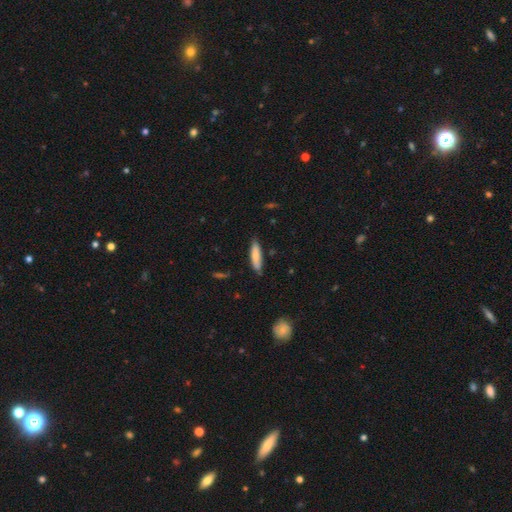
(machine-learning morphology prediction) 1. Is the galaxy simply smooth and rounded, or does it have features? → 77% smooth, 17% featured or disk, 6% star or artifact.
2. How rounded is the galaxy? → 72% cigar-shaped, 26% in between, 1% round.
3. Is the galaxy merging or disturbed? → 79% none, 17% minor disturbance, 2% major disturbance, 2% merger.